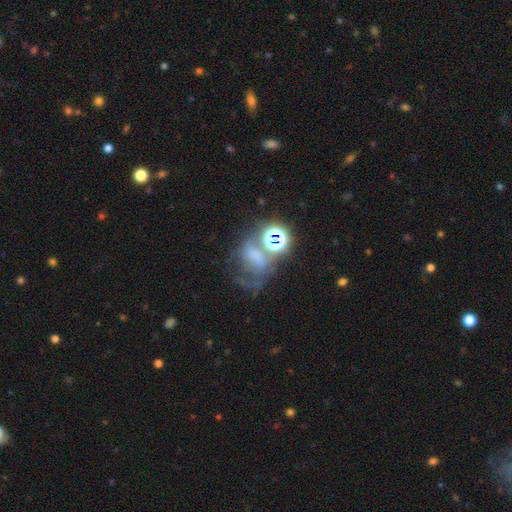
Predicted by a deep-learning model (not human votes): This is marginally a star or artifact rather than a galaxy (35%).